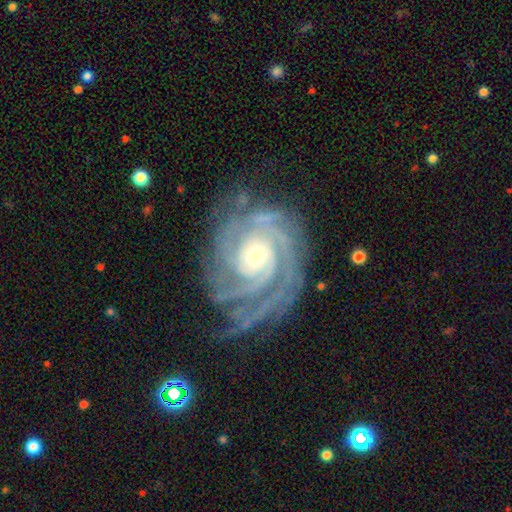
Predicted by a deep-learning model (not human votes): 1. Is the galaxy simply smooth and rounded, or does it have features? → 91% featured or disk, 5% star or artifact, 4% smooth.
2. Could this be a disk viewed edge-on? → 97% no, 3% yes.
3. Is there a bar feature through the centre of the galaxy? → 74% no, 18% weak, 8% strong.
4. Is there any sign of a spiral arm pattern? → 98% yes, 2% no.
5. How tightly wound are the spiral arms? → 77% tight, 20% medium, 3% loose.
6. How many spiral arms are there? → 26% 3, 23% 4, 16% can't tell, 16% 2, 11% more than 4, 7% 1.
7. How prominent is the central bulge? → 59% small, 36% moderate, 3% large, 1% none, 1% dominant.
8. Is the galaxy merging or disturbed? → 71% none, 19% minor disturbance, 9% major disturbance, 2% merger.